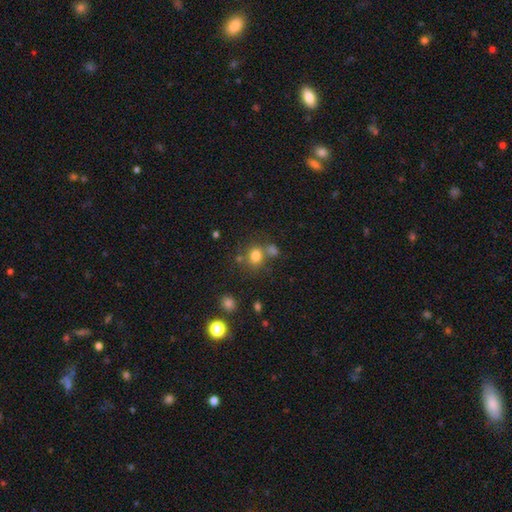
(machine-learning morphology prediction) Q: Smooth or featured?
A: smooth (76%); runner-up: star or artifact (15%)
Q: How rounded?
A: round (76%); runner-up: in between (23%)
Q: Merging?
A: none (60%); runner-up: merger (23%)